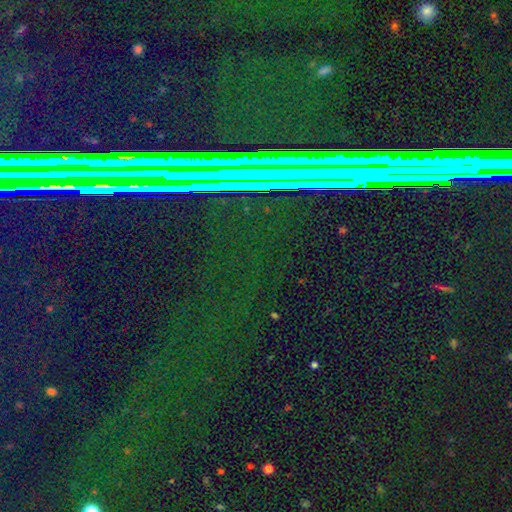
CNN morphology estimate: A star or artifact, not a galaxy (85%).